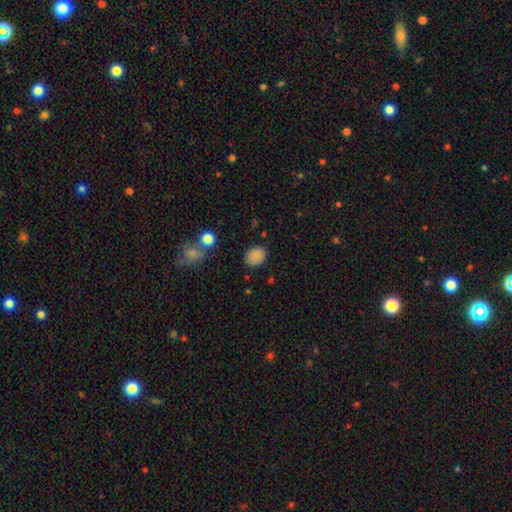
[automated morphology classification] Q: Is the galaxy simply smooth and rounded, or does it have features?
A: smooth — 86%.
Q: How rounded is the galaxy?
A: in between — 56%.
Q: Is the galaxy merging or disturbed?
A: none — 83%.